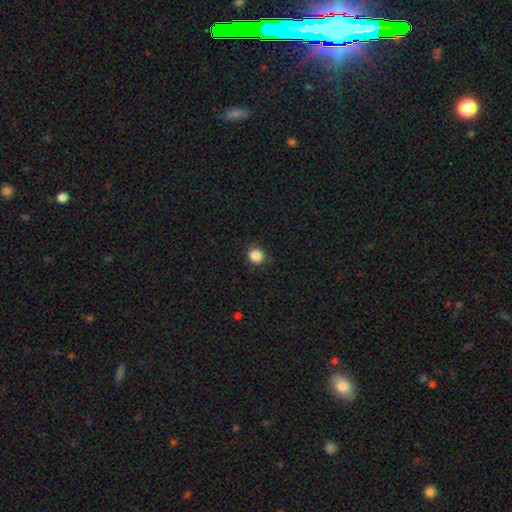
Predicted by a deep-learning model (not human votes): Smooth or featured: smooth — 86% (star or artifact — 11%)
How rounded: round — 84% (in between — 15%)
Merging: none — 87% (minor disturbance — 10%)